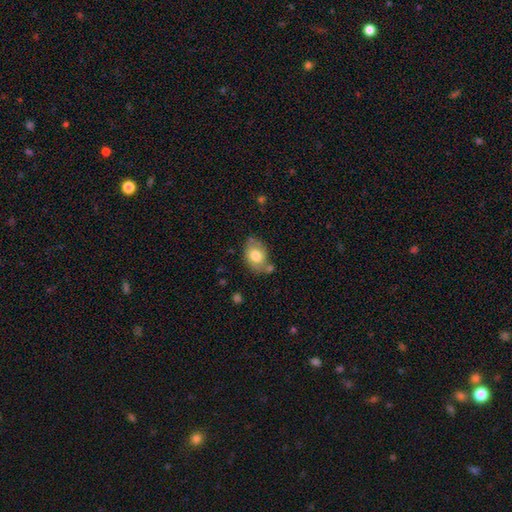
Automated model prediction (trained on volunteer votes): Overall: smooth (74%). How rounded: in between (72%). Merging: none (61%; minor disturbance 22%).